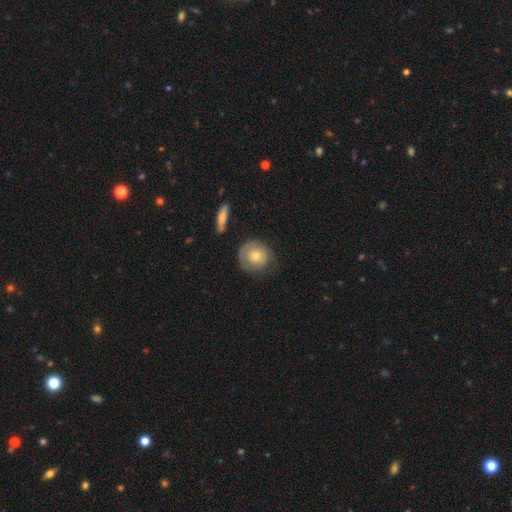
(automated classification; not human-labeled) This appears to be a smooth galaxy with no disk features (54%) that is round (87%). Merging: none (67%).